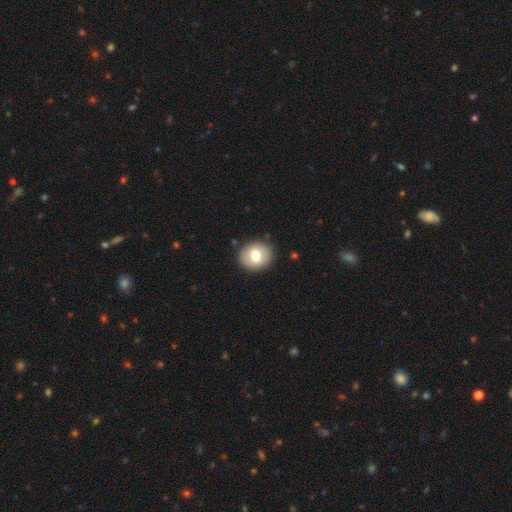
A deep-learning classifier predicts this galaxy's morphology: type=smooth (73%); roundness=round (71%); merging=none (88%).